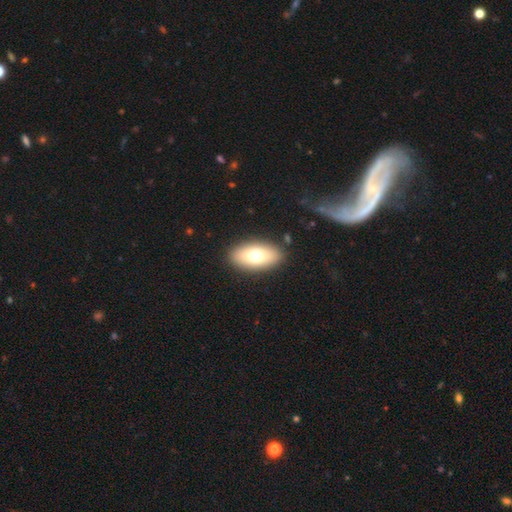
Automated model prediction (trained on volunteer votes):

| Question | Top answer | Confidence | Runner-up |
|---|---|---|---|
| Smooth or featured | smooth | 71% | featured or disk (21%) |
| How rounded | in between | 90% | cigar-shaped (5%) |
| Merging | none | 88% | minor disturbance (8%) |